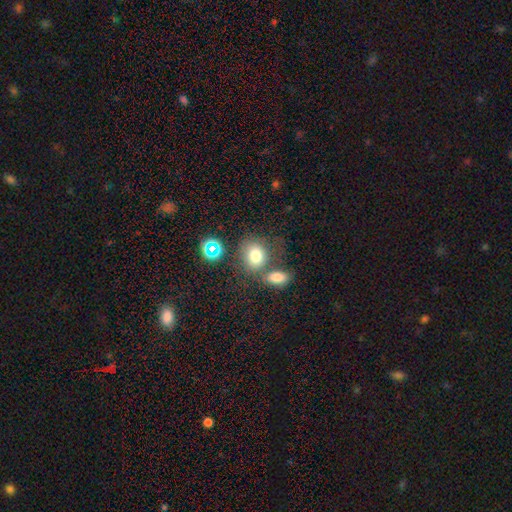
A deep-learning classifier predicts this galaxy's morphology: type=smooth (76%); roundness=round (56%); merging=none (55%).